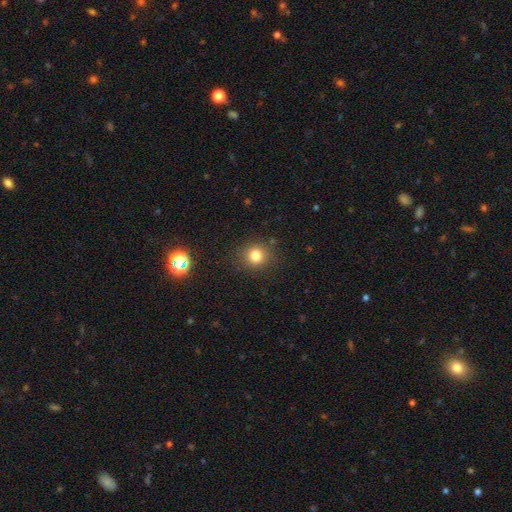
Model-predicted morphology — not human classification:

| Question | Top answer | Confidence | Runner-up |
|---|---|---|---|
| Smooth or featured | smooth | 79% | star or artifact (14%) |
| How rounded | round | 86% | in between (13%) |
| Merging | none | 87% | minor disturbance (8%) |